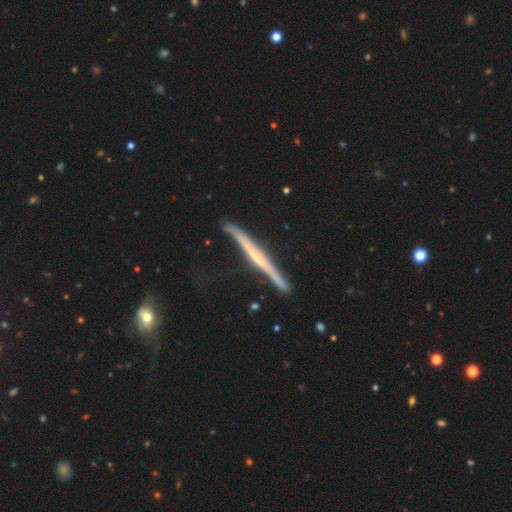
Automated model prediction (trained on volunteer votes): A featured or disk galaxy (72%) viewed edge-on (97%) with no central bulge (62%). Merging: none (79%).